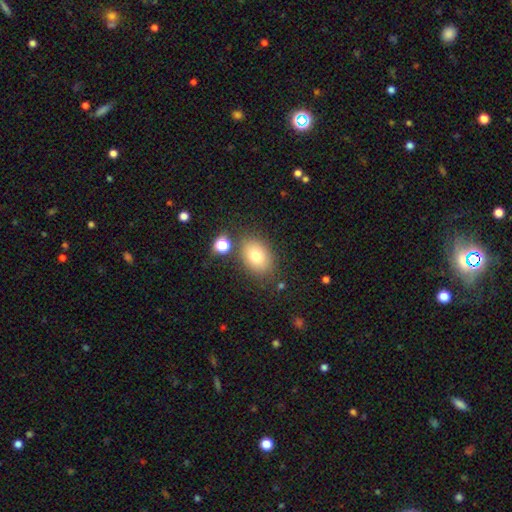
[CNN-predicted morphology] smooth_or_featured: smooth (p=0.77) [alt: featured or disk p=0.12]
how_rounded: in between (p=0.75) [alt: round p=0.24]
merging: none (p=0.77) [alt: minor disturbance p=0.13]